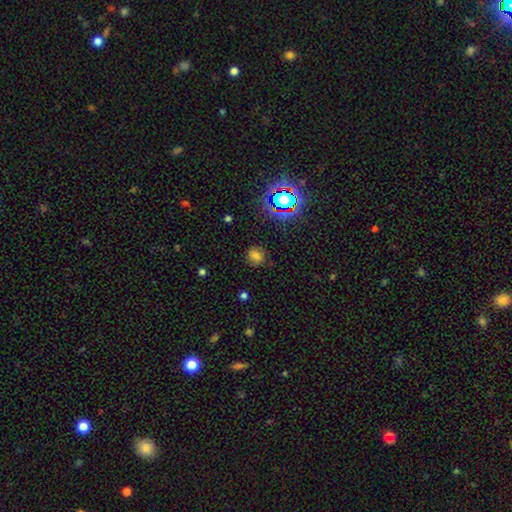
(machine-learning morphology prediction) Smooth or featured? smooth (71%)
How rounded? round (76%)
Merging? none (84%)